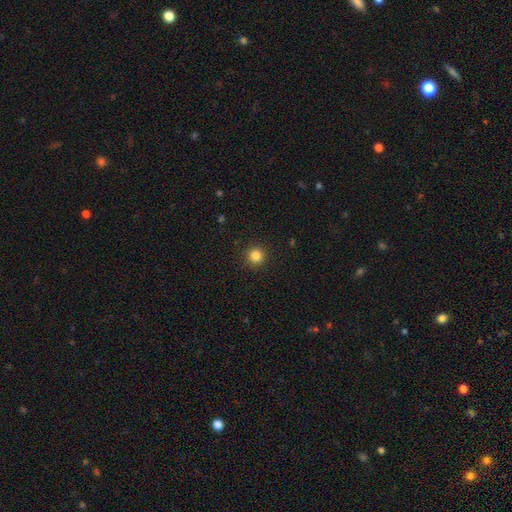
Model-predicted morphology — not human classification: Smooth or featured? smooth (84%)
How rounded? round (95%)
Merging? none (92%)